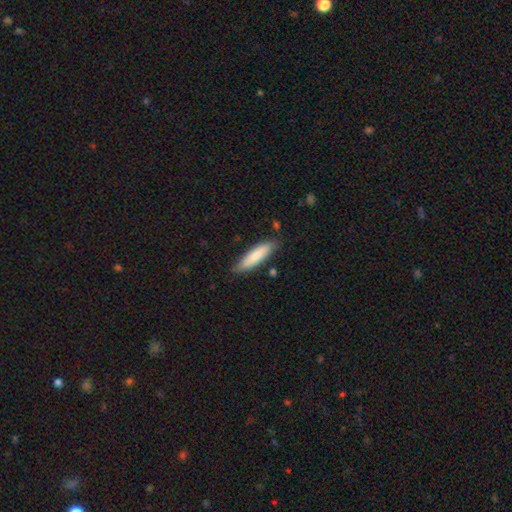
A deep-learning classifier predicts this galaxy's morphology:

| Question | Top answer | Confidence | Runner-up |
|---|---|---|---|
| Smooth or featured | smooth | 79% | featured or disk (16%) |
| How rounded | cigar-shaped | 73% | in between (26%) |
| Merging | none | 81% | minor disturbance (14%) |